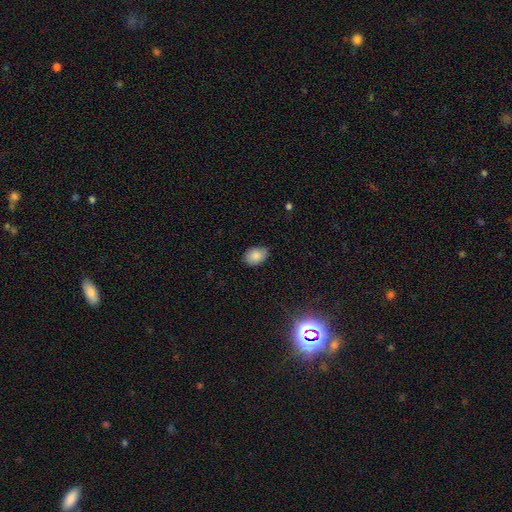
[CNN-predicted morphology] This is clearly a smooth galaxy (85%). How rounded: likely in between (74%). Merging: likely none (67%).